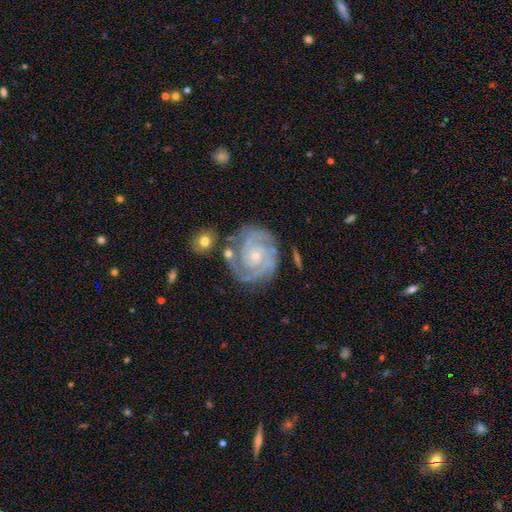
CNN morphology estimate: Smooth or featured: featured or disk — 90% (smooth — 5%)
Edge-on disk: no — 98% (yes — 2%)
Bar: no — 71% (weak — 23%)
Spiral arms: yes — 98% (no — 2%)
Spiral winding: tight — 74% (medium — 23%)
Spiral arm count: 2 — 48% (3 — 27%)
Bulge size: small — 74% (moderate — 21%)
Merging: none — 73% (minor disturbance — 17%)